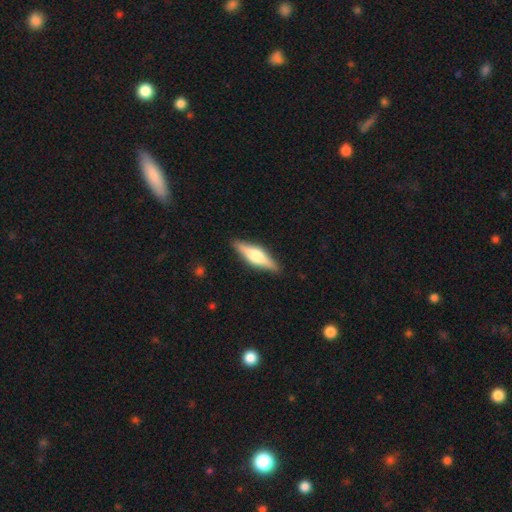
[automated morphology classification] type=featured or disk (57%); edge-on=yes (95%); edge-on bulge=rounded (88%); merging=none (89%).